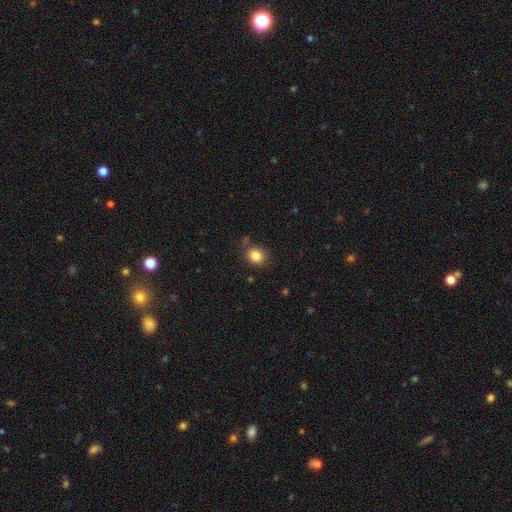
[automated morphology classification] A smooth galaxy with no disk features (84%) that is round (77%).

Vote fractions:
- Smooth or featured? smooth: 84% / star or artifact: 11% / featured or disk: 5%
- How rounded? round: 77% / in between: 23% / cigar-shaped: 1%
- Merging? none: 78% / minor disturbance: 13% / merger: 5% / major disturbance: 4%